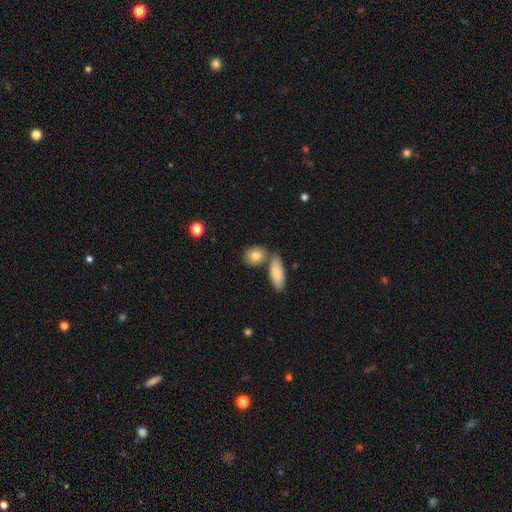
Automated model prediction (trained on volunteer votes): This appears to be a smooth galaxy with no disk features (81%) that is in between round and cigar-shaped (62%). Merging: none (62%).